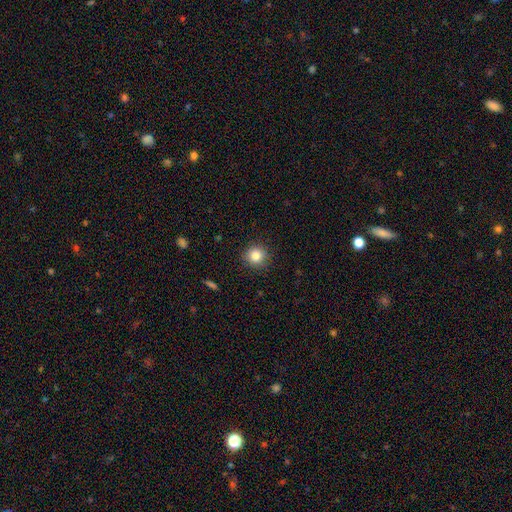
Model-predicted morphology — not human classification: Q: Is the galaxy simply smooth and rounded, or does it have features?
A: smooth — 84%.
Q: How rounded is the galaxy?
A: round — 91%.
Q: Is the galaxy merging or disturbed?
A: none — 89%.